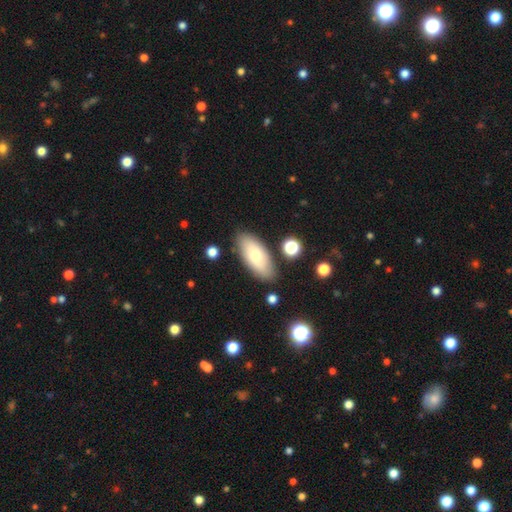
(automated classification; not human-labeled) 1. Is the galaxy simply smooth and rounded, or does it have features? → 70% smooth, 23% featured or disk, 7% star or artifact.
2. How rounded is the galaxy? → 85% in between, 12% cigar-shaped, 3% round.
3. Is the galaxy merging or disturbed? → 83% none, 11% minor disturbance, 3% merger, 3% major disturbance.